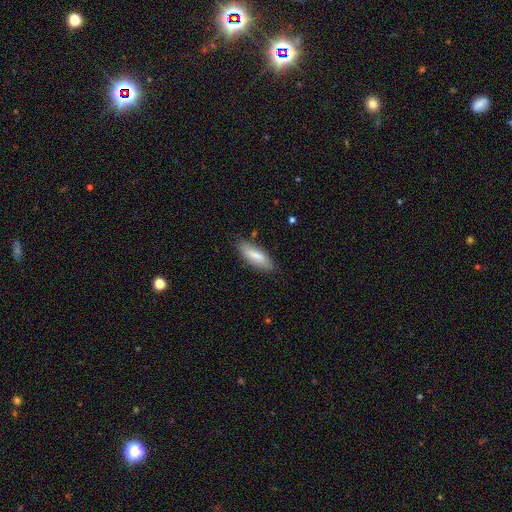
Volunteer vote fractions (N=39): Smooth or featured: smooth — 82% (featured or disk — 15%)
How rounded: in between — 72% (cigar-shaped — 28%)
Merging: none — 79% (minor disturbance — 16%)